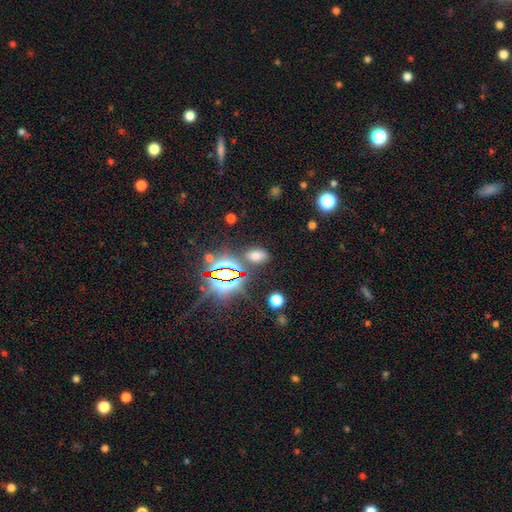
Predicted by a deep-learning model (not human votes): A smooth galaxy with no disk features (58%) that is in between round and cigar-shaped (86%).

Vote fractions:
- Smooth or featured? smooth: 58% / star or artifact: 35% / featured or disk: 7%
- How rounded? in between: 86% / round: 12% / cigar-shaped: 2%
- Merging? none: 78% / minor disturbance: 12% / merger: 5% / major disturbance: 5%